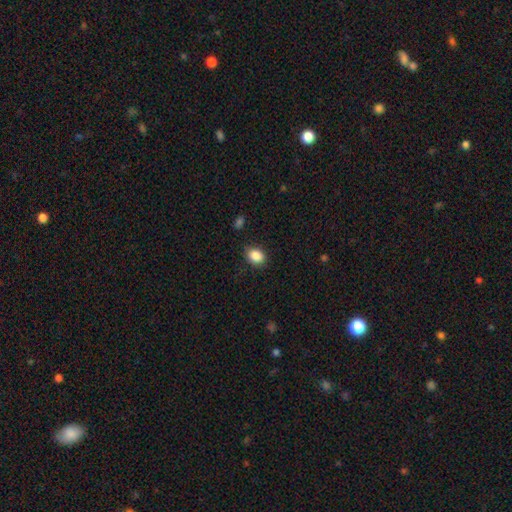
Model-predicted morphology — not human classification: The model was most divided on "how rounded": in between: 67%, round: 32%, cigar-shaped: 1%. More confident: smooth or featured — smooth (87%); merging — none (83%).